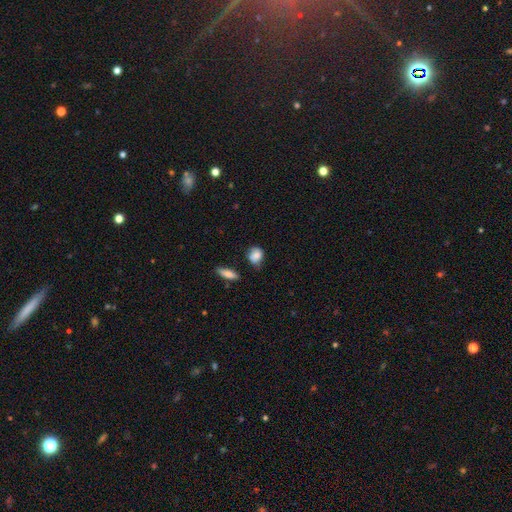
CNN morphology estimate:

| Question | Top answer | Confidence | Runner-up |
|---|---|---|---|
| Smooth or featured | smooth | 83% | featured or disk (9%) |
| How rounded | round | 53% | in between (45%) |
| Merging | none | 57% | minor disturbance (30%) |